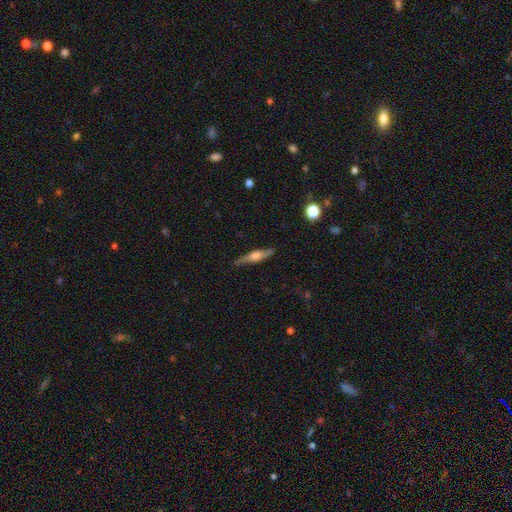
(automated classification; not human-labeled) featured or disk 67%, smooth 27%, star or artifact 6%. Down the decision tree: edge-on disk — yes (94%); edge-on bulge — rounded (80%); merging — none (82%).